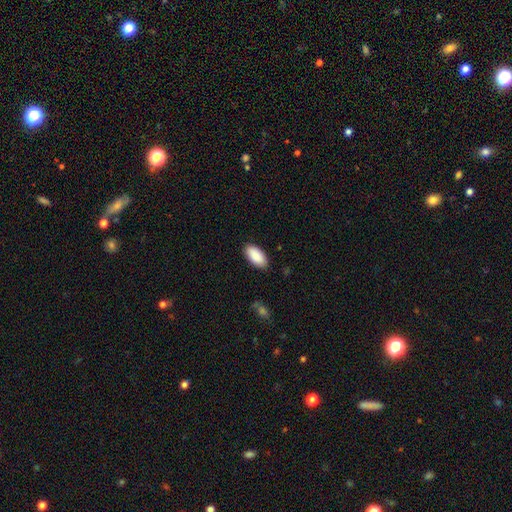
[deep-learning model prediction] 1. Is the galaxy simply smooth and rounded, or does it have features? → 91% smooth, 6% star or artifact, 4% featured or disk.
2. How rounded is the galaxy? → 95% in between, 3% cigar-shaped, 2% round.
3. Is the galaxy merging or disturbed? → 87% none, 9% minor disturbance, 2% major disturbance, 1% merger.